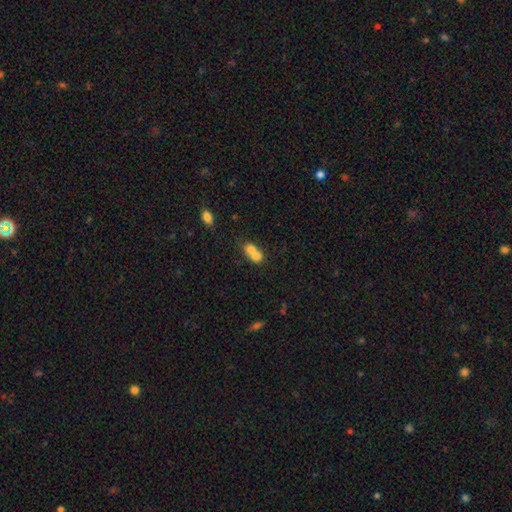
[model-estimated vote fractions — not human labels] smooth_or_featured: smooth (p=0.70) [alt: featured or disk p=0.19]
how_rounded: round (p=0.55) [alt: in between p=0.43]
merging: merger (p=0.73) [alt: none p=0.18]